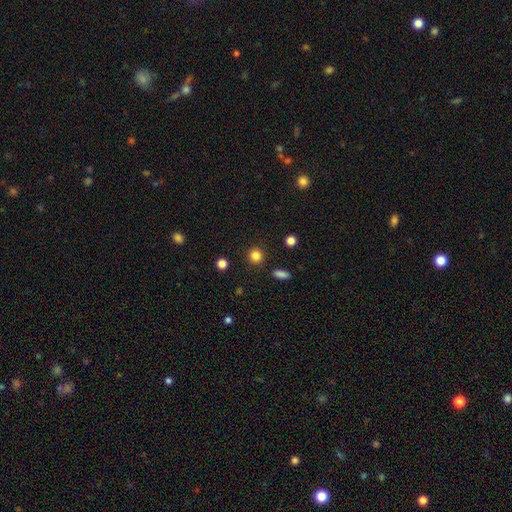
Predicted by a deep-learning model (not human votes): smooth-or-featured: smooth: 84% | star or artifact: 12% | featured or disk: 4%
  how-rounded: round: 92% | in between: 7% | cigar-shaped: 1%
  merging: none: 90% | minor disturbance: 6% | major disturbance: 2% | merger: 2%